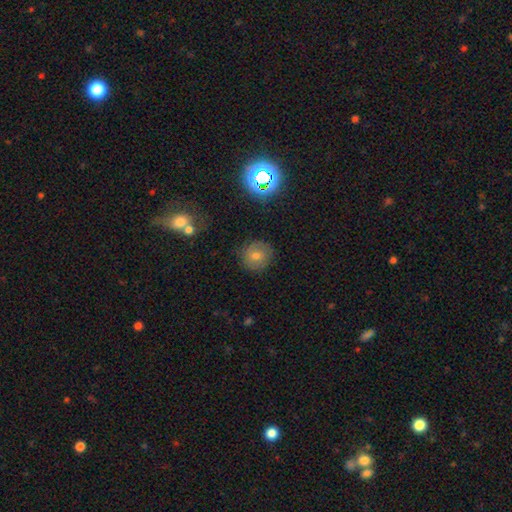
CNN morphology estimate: Smooth or featured: smooth — 51% (featured or disk — 26%)
How rounded: round — 89% (in between — 10%)
Merging: none — 84% (minor disturbance — 11%)